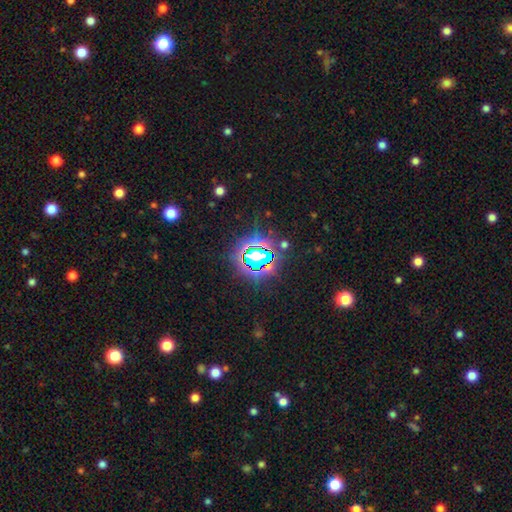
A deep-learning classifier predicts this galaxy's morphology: Smooth or featured?
  - star or artifact: 70% *
  - smooth: 19%
  - featured or disk: 11%